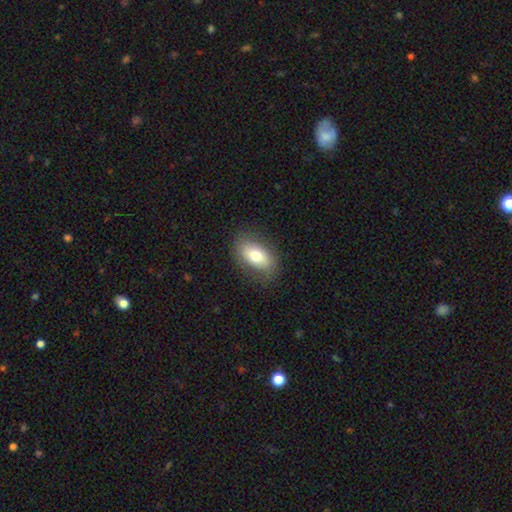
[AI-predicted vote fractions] smooth-or-featured: smooth: 71% | featured or disk: 22% | star or artifact: 7%
  how-rounded: in between: 89% | round: 9% | cigar-shaped: 3%
  merging: none: 80% | minor disturbance: 14% | major disturbance: 5% | merger: 1%